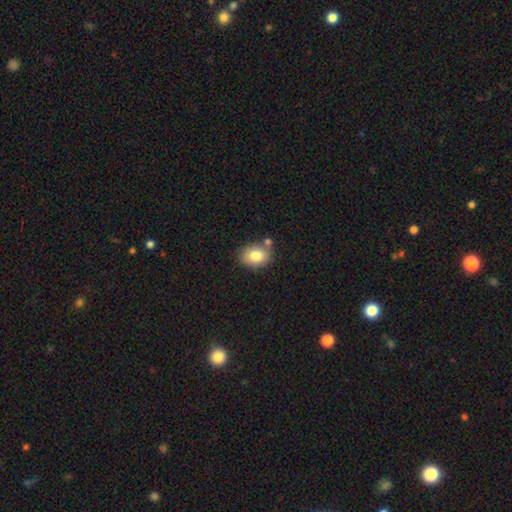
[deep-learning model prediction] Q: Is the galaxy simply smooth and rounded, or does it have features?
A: smooth — 81%.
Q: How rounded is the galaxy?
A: in between — 63%.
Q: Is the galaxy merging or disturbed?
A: none — 67%.